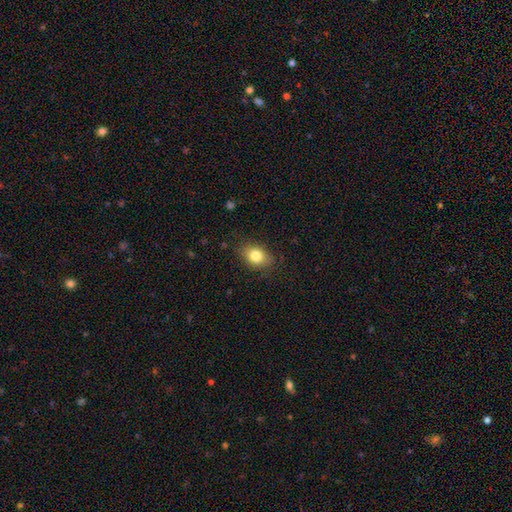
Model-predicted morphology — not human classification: type=smooth (81%); roundness=in between (73%); merging=none (82%).